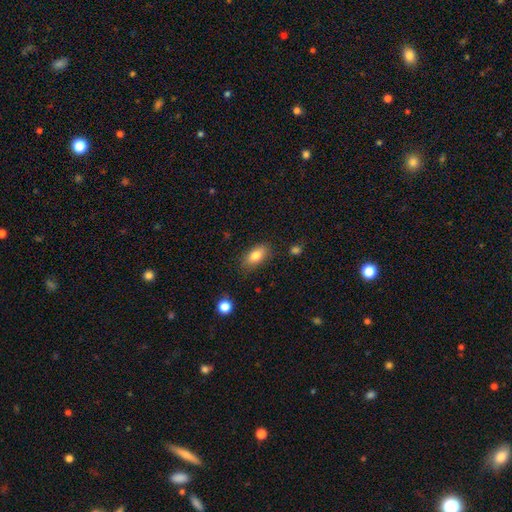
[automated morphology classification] type=smooth (81%); roundness=in between (88%); merging=none (81%).